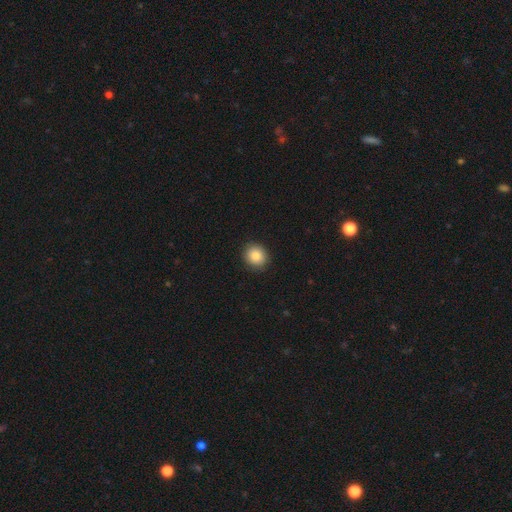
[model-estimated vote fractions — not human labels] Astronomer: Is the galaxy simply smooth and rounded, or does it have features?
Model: smooth — 85%.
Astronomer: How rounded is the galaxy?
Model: round — 83%.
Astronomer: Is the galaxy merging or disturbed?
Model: none — 90%.